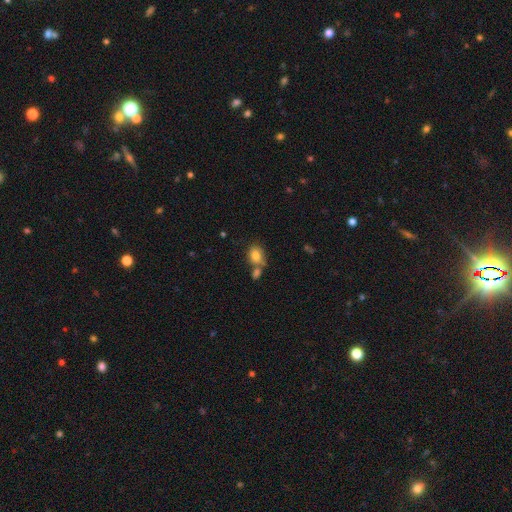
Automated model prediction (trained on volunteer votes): Smooth or featured: smooth — 82% (star or artifact — 10%)
How rounded: in between — 53% (round — 46%)
Merging: none — 50% (merger — 31%)